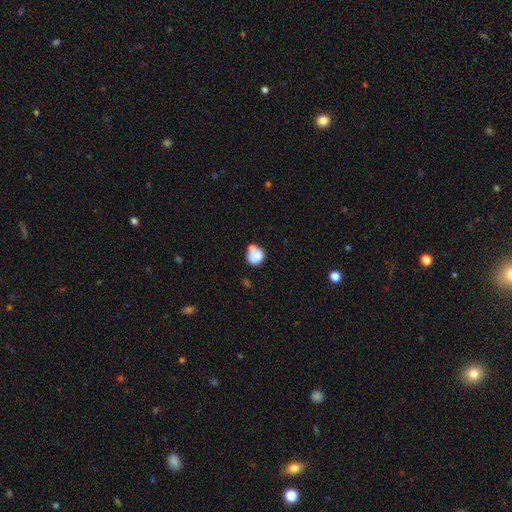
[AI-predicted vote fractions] Q: Smooth or featured?
A: smooth (69%); runner-up: featured or disk (22%)
Q: How rounded?
A: round (67%); runner-up: in between (32%)
Q: Merging?
A: none (37%); tied with: merger (37%)